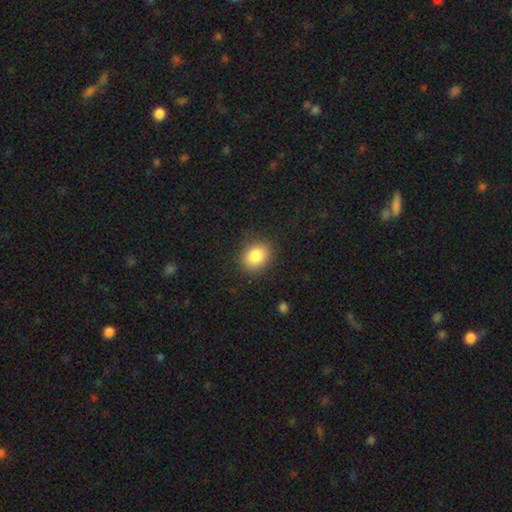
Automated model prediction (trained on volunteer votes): A smooth galaxy with no disk features (86%) that is round (51%).

Vote fractions:
- Smooth or featured? smooth: 86% / star or artifact: 9% / featured or disk: 6%
- How rounded? round: 51% / in between: 48% / cigar-shaped: 1%
- Merging? none: 85% / minor disturbance: 10% / major disturbance: 3% / merger: 1%